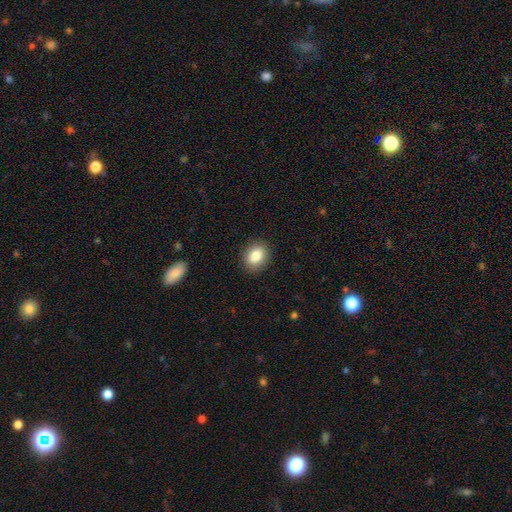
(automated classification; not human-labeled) This appears to be a smooth galaxy with no disk features (85%) that is in between round and cigar-shaped (53%). Merging: none (89%).